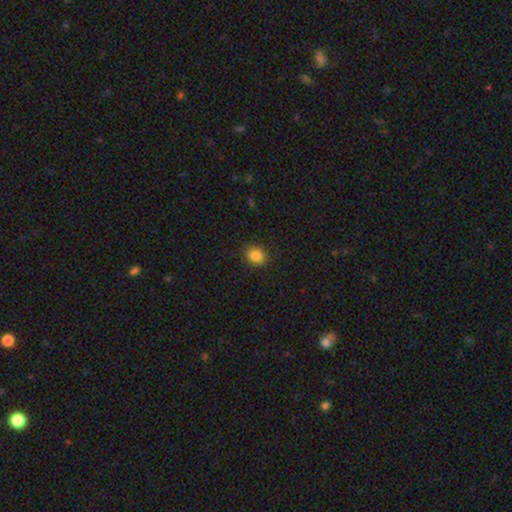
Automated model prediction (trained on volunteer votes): Smooth or featured? Predicted: smooth (p=0.85). How rounded? Predicted: round (p=0.60). Merging? Predicted: none (p=0.84).